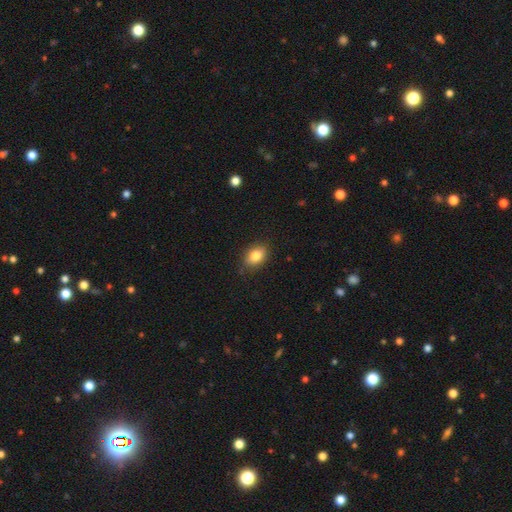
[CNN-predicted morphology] This is clearly a smooth galaxy (83%). How rounded: clearly in between (82%). Merging: clearly none (83%).